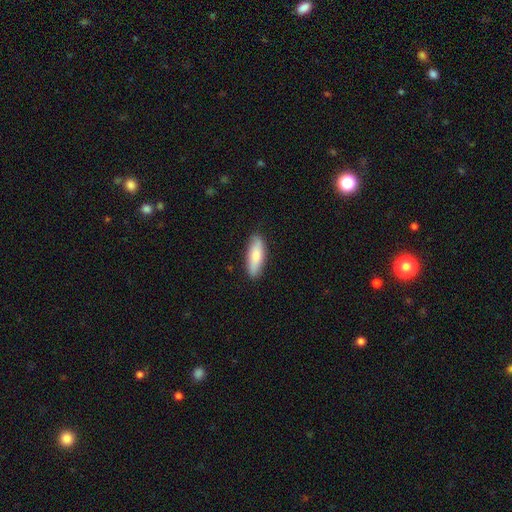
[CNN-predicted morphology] Smooth or featured: smooth — 76% (featured or disk — 19%)
How rounded: in between — 59% (cigar-shaped — 39%)
Merging: none — 85% (minor disturbance — 11%)